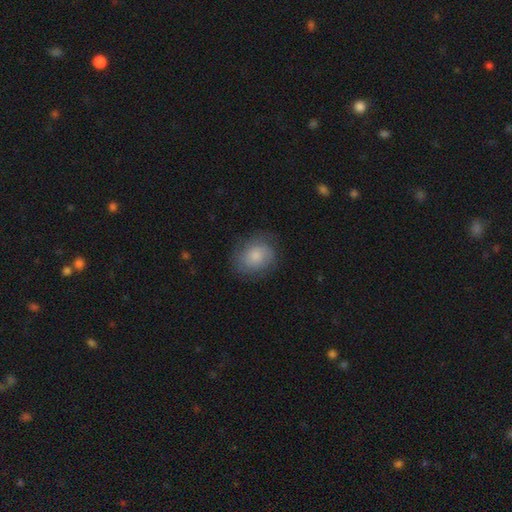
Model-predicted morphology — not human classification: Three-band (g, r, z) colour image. It shows a smooth galaxy with no disk features (68%) that is round (57%). Merging: none (74%).